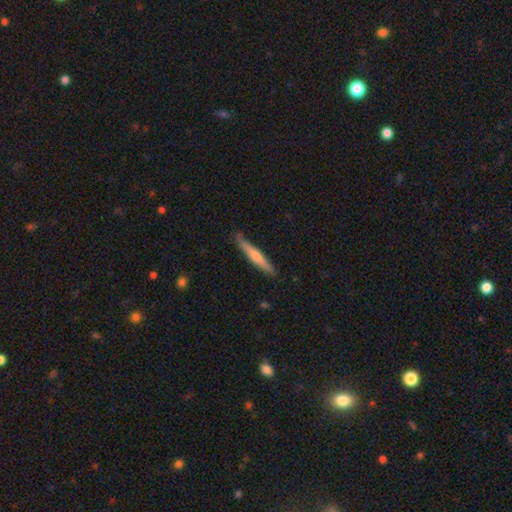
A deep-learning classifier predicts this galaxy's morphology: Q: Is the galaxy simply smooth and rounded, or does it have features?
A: featured or disk — 55%.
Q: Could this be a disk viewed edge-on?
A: yes — 97%.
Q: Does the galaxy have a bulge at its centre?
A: rounded — 69%.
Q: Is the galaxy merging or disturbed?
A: none — 88%.